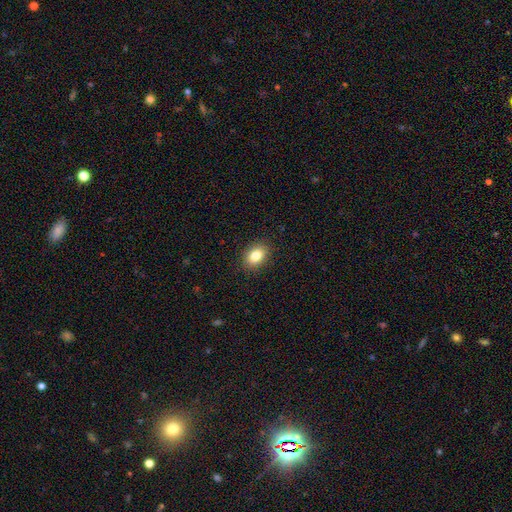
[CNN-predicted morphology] A smooth galaxy with no disk features (84%) that is in between round and cigar-shaped (77%). Merging: none (89%).